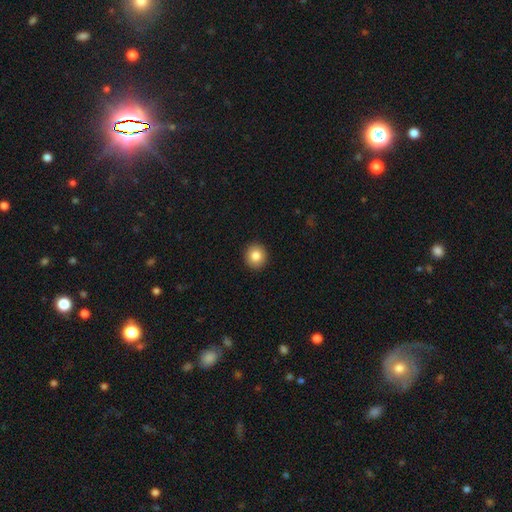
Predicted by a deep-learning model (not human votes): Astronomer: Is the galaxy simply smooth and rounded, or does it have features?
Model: smooth — 85%.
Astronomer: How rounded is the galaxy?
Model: round — 90%.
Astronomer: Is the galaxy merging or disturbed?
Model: none — 93%.